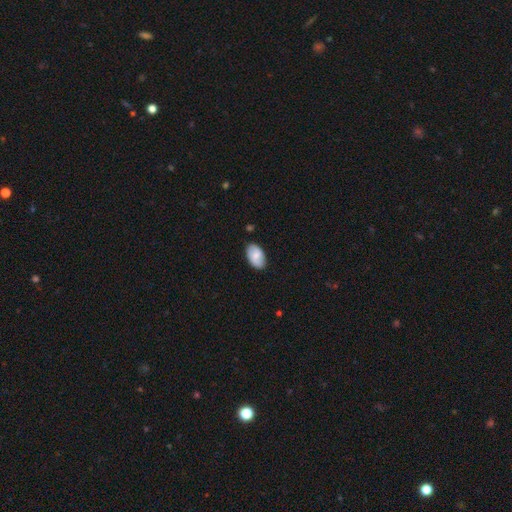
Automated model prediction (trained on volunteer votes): Q: Smooth or featured?
A: smooth (67%); runner-up: featured or disk (27%)
Q: How rounded?
A: in between (94%); runner-up: round (5%)
Q: Merging?
A: none (82%); runner-up: minor disturbance (14%)